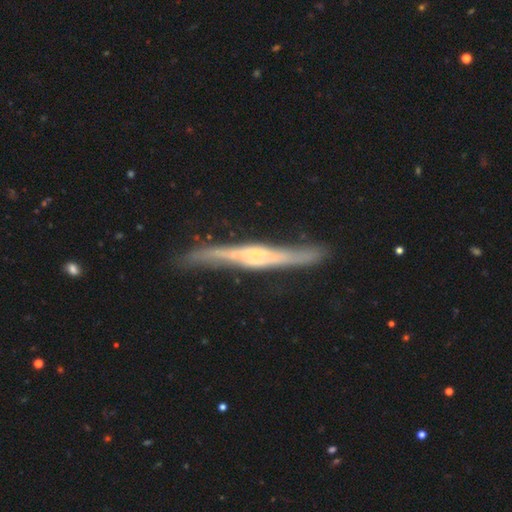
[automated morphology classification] featured or disk 81%, smooth 14%, star or artifact 6%. Down the decision tree: edge-on disk — yes (94%); edge-on bulge — boxy (45%); merging — none (80%).